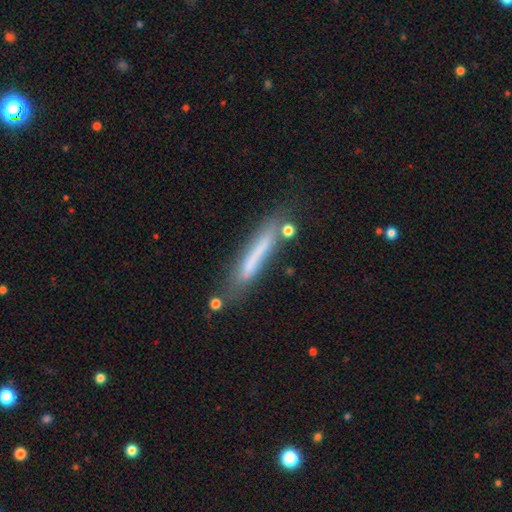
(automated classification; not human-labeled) Smooth or featured: smooth — 58% (featured or disk — 33%)
How rounded: cigar-shaped — 92% (in between — 6%)
Merging: none — 63% (minor disturbance — 21%)